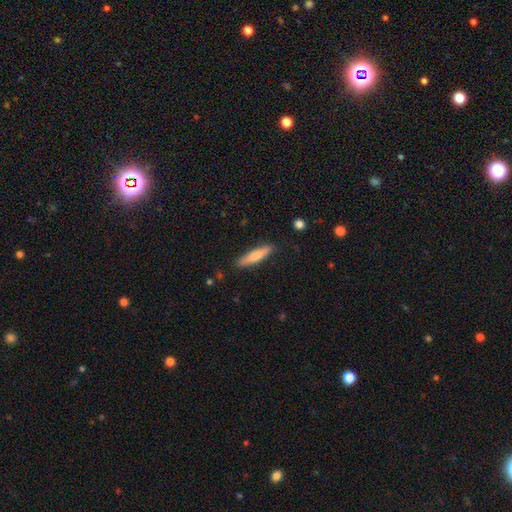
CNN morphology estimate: Overall: smooth (61%; featured or disk 33%). How rounded: cigar-shaped (85%). Merging: none (88%).